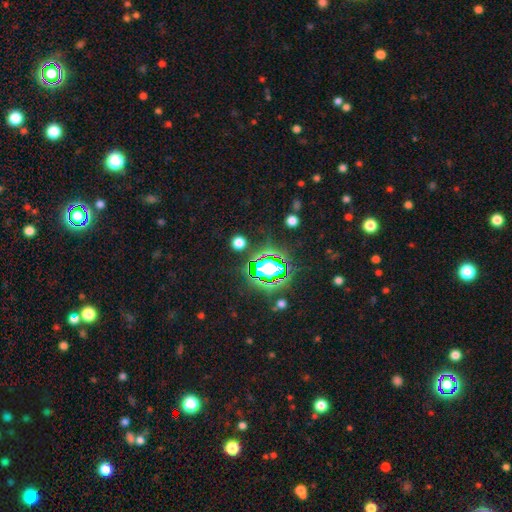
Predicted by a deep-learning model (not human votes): star or artifact 80%, smooth 13%, featured or disk 7%.